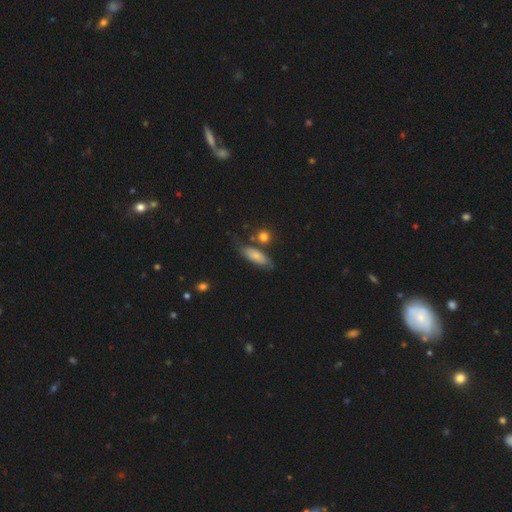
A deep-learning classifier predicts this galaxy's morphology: Smooth or featured? Predicted: smooth (p=0.73). How rounded? Predicted: in between (p=0.63). Merging? Predicted: none (p=0.64).